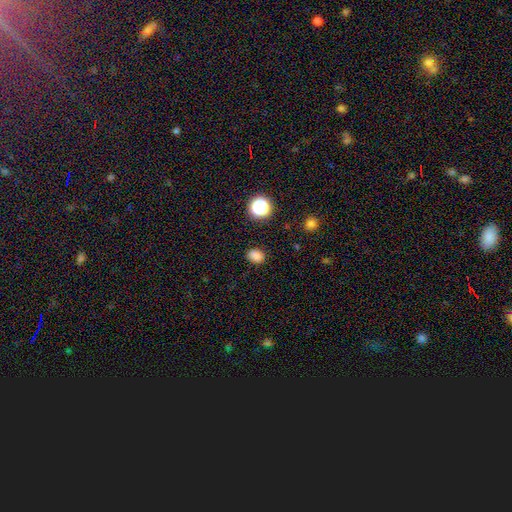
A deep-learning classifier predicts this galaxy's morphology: The model was most divided on "how rounded": in between: 58%, round: 41%, cigar-shaped: 1%. More confident: merging — none (86%); smooth or featured — smooth (82%).